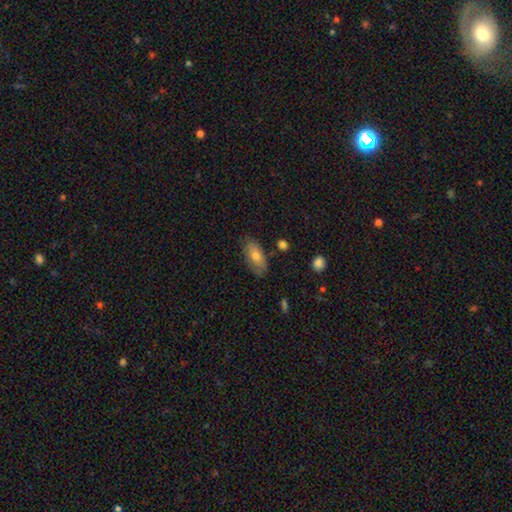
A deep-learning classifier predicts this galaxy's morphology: This appears to be a smooth galaxy with no disk features (71%) that is in between round and cigar-shaped (89%). Merging: none (77%).